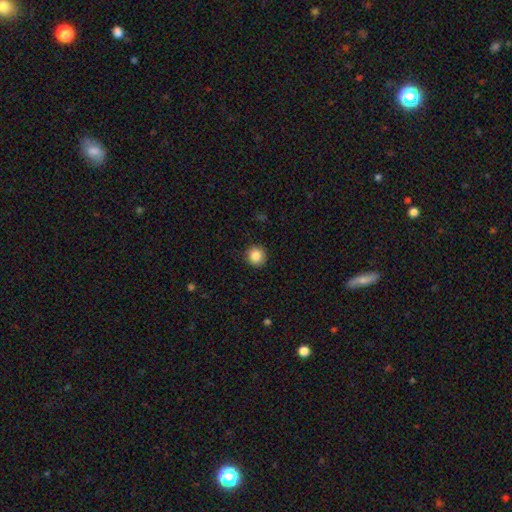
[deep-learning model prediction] Smooth or featured? smooth (86%)
How rounded? round (94%)
Merging? none (90%)